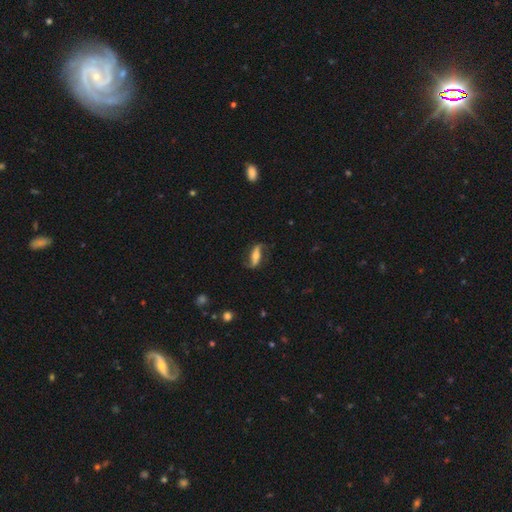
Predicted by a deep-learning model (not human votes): Morphology: type=featured or disk (74%); edge-on=no (79%); bar=strong (50%); spiral arms=yes (91%); winding=loose (66%); arm count=2 (91%); bulge=moderate (51%); merging=none (75%).